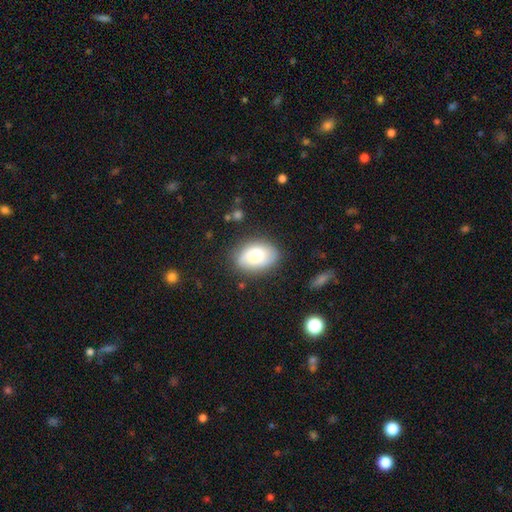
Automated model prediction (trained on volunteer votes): Smooth or featured? smooth (75%)
How rounded? in between (83%)
Merging? none (79%)